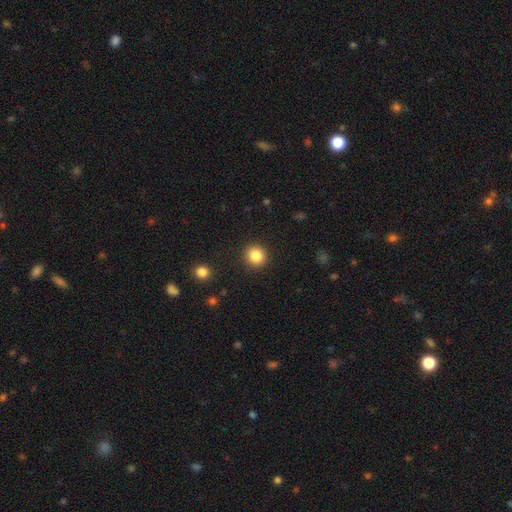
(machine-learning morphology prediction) This appears to be a smooth galaxy with no disk features (84%) that is round (92%). Merging: none (91%).